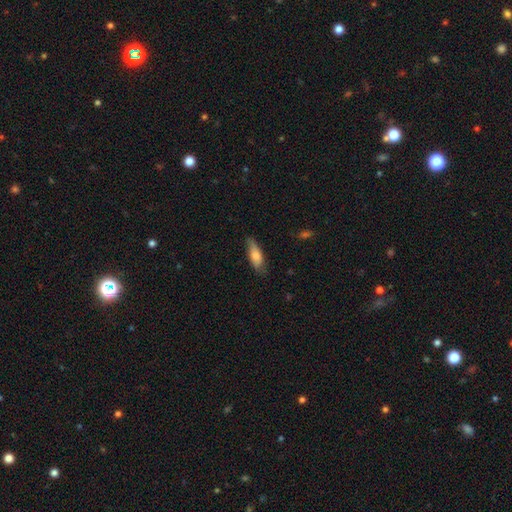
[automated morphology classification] This appears to be a smooth galaxy with no disk features (74%) that is in between round and cigar-shaped (61%). Merging: none (72%).